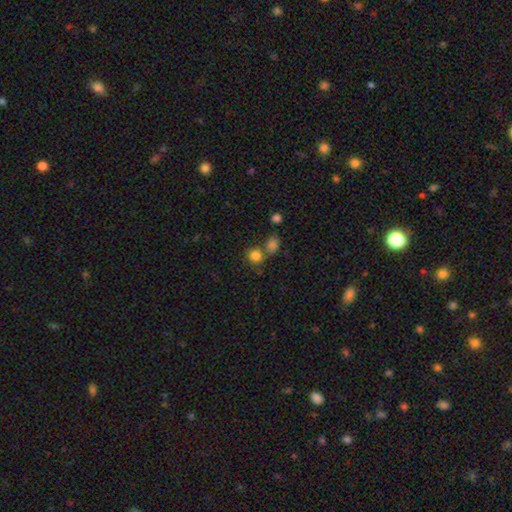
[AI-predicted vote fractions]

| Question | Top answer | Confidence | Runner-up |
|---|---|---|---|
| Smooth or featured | smooth | 82% | star or artifact (12%) |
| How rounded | round | 79% | in between (20%) |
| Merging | none | 58% | merger (27%) |